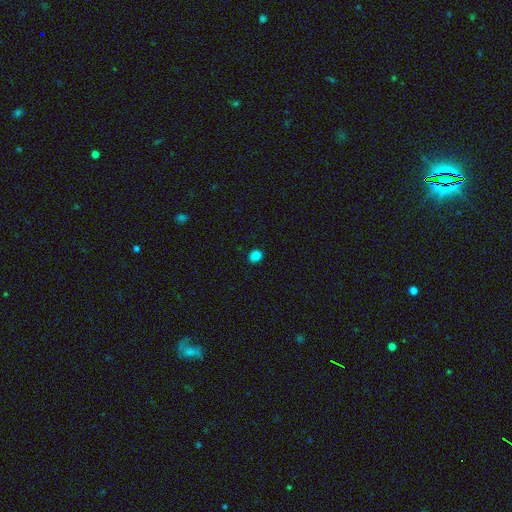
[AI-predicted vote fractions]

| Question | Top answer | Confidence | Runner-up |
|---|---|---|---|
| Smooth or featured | smooth | 83% | star or artifact (15%) |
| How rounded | round | 67% | in between (32%) |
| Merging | none | 88% | minor disturbance (9%) |